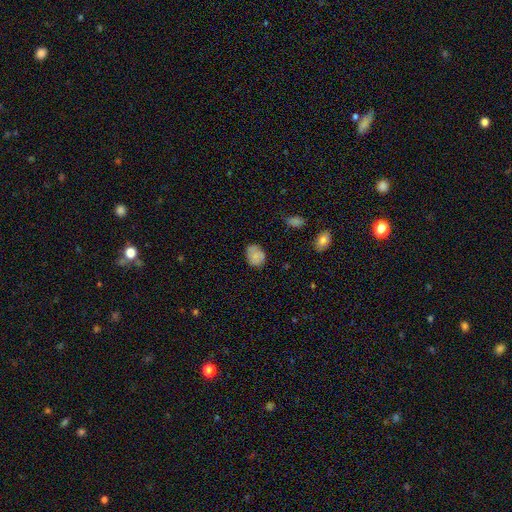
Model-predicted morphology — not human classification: smooth_or_featured: smooth (p=0.78) [alt: featured or disk p=0.13]
how_rounded: in between (p=0.62) [alt: round p=0.37]
merging: none (p=0.66) [alt: minor disturbance p=0.25]